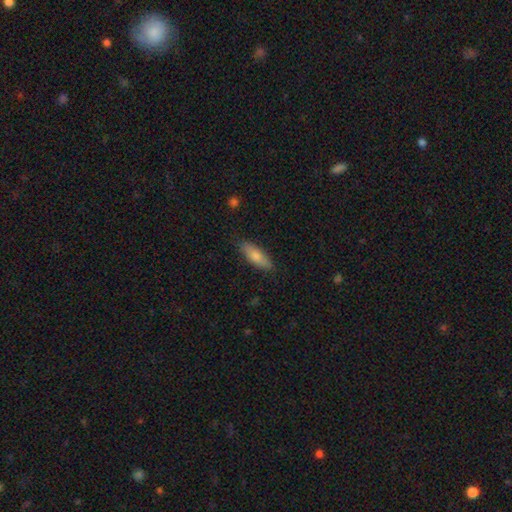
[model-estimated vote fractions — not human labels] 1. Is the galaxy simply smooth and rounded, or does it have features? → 73% smooth, 21% featured or disk, 6% star or artifact.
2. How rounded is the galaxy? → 53% in between, 44% cigar-shaped, 2% round.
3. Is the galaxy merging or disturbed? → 86% none, 11% minor disturbance, 2% major disturbance, 1% merger.